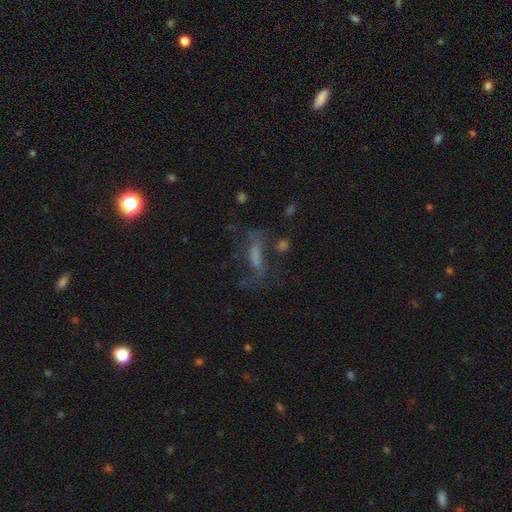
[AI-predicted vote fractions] The model was most divided on "smooth or featured": featured or disk: 45%, smooth: 35%, star or artifact: 20%. Remaining: merging — none (47%).